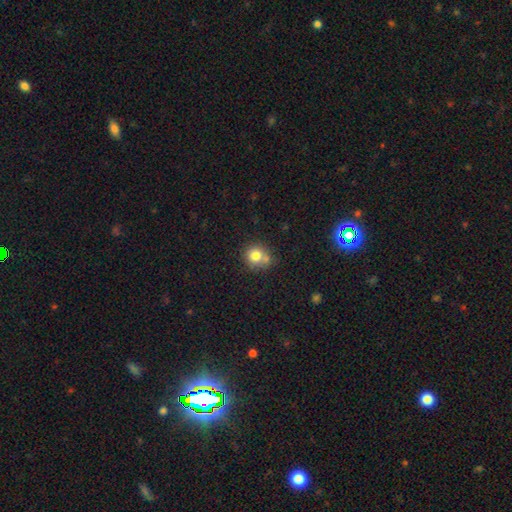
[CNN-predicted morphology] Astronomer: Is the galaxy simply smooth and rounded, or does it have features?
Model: smooth — 78%.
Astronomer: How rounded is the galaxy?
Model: round — 86%.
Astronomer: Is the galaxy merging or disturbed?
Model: none — 56%.